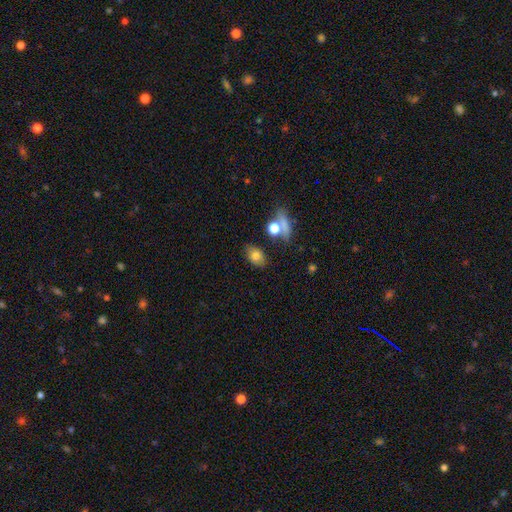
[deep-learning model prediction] smooth 77%, featured or disk 12%, star or artifact 11%. Down the decision tree: how rounded — in between (79%); merging — none (73%).